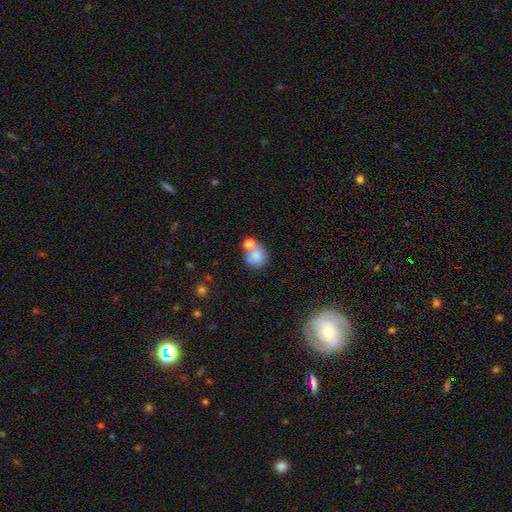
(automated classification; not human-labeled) Overall: smooth (72%). How rounded: round (70%). Merging: merger (42%; none 37%).